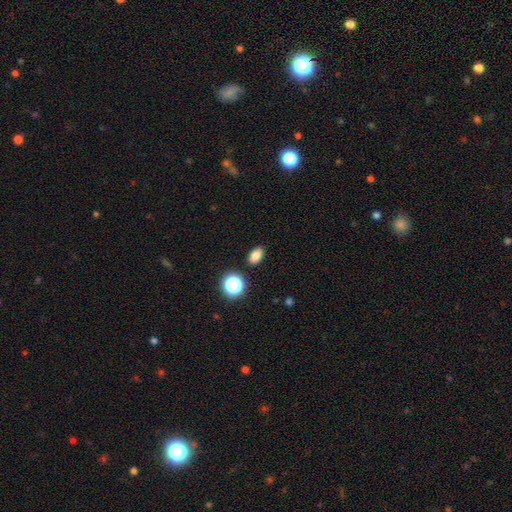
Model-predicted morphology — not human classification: A smooth galaxy with no disk features (81%) that is in between round and cigar-shaped (83%). Merging: none (88%).